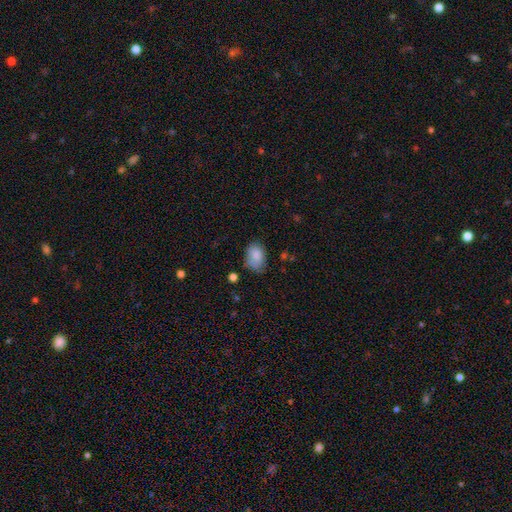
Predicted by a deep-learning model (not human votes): A smooth galaxy with no disk features (85%) that is in between round and cigar-shaped (82%). Merging: none (64%).